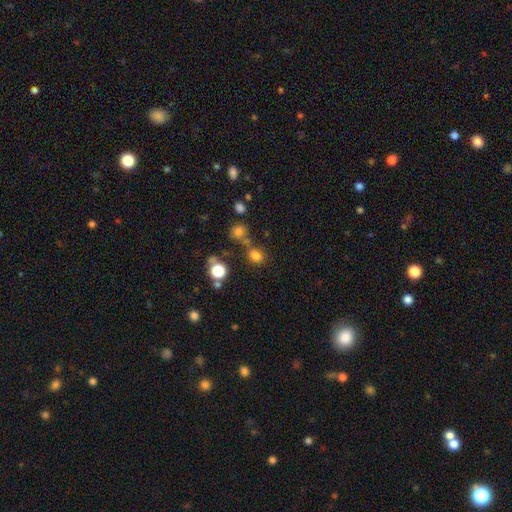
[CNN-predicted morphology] Q: Smooth or featured?
A: smooth (74%); runner-up: star or artifact (20%)
Q: How rounded?
A: round (73%); runner-up: in between (26%)
Q: Merging?
A: none (63%); runner-up: merger (20%)